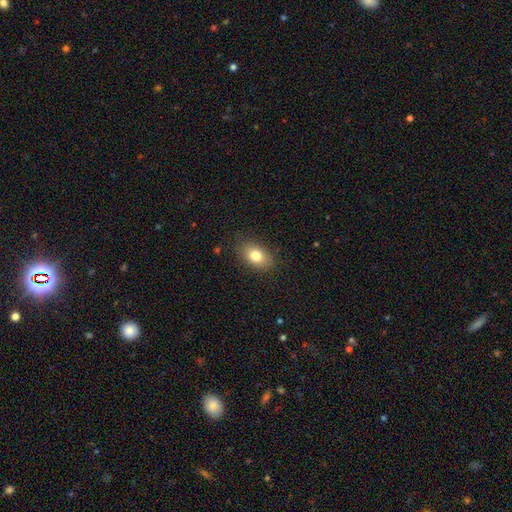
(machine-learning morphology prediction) Smooth or featured? smooth (80%)
How rounded? in between (84%)
Merging? none (84%)